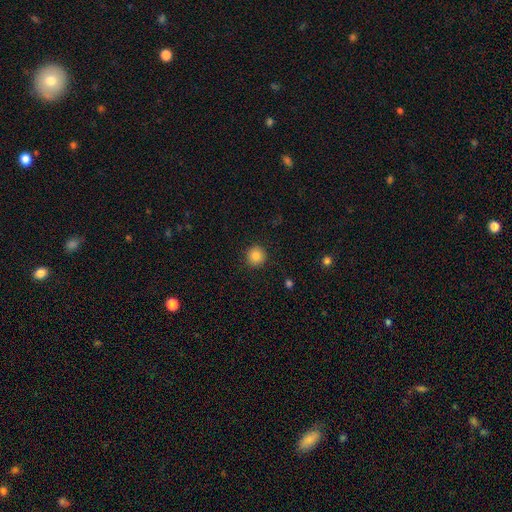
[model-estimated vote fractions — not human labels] Smooth or featured? Predicted: smooth (p=0.84). How rounded? Predicted: round (p=0.94). Merging? Predicted: none (p=0.91).